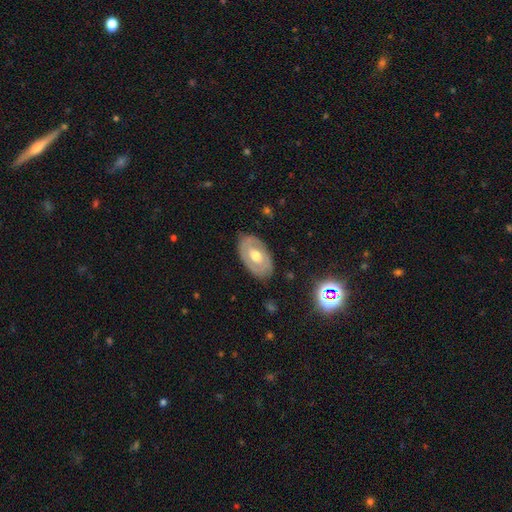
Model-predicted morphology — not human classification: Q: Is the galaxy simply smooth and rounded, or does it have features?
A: featured or disk — 58%.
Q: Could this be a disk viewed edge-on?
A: no — 90%.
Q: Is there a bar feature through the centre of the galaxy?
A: no — 65%.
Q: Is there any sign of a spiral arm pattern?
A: no — 68%.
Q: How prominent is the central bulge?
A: moderate — 74%.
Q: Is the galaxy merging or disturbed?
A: none — 81%.